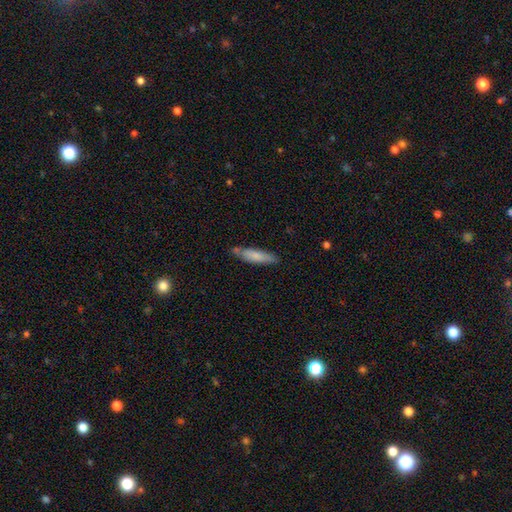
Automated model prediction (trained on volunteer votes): Smooth or featured?
  - smooth: 76% *
  - featured or disk: 18%
  - star or artifact: 6%
How rounded?
  - cigar-shaped: 72% *
  - in between: 26%
  - round: 1%
Merging?
  - none: 71% *
  - minor disturbance: 19%
  - merger: 7%
  - major disturbance: 3%